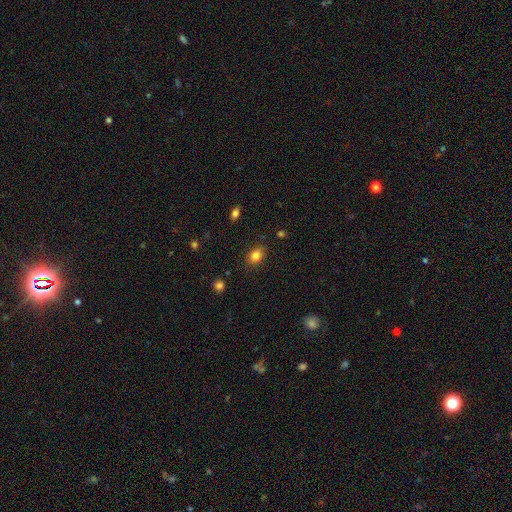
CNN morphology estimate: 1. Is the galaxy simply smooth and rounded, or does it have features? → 83% smooth, 11% star or artifact, 6% featured or disk.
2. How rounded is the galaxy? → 68% in between, 31% round, 1% cigar-shaped.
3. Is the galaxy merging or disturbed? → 85% none, 11% minor disturbance, 3% major disturbance, 1% merger.